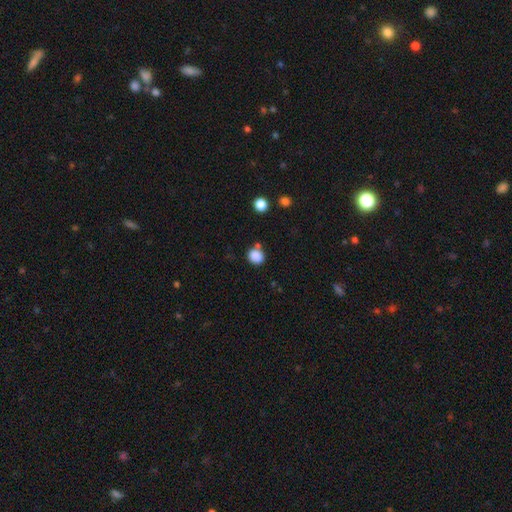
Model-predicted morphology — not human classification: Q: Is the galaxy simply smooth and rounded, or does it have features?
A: smooth — 86%.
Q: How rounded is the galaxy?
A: round — 73%.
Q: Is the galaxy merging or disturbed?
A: none — 72%.